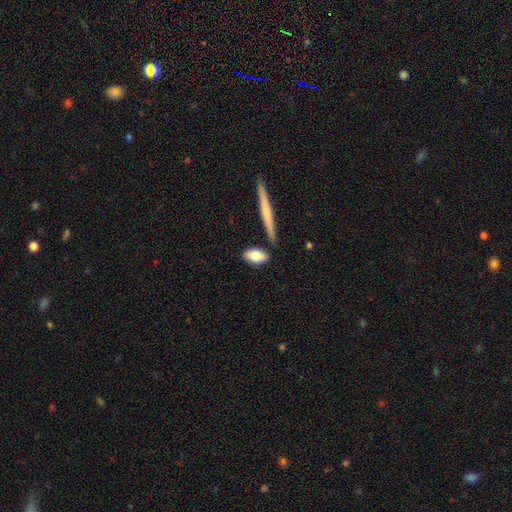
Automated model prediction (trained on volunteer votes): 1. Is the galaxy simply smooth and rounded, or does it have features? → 75% smooth, 19% featured or disk, 6% star or artifact.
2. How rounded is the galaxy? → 79% in between, 16% cigar-shaped, 5% round.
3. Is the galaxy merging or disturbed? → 77% none, 12% minor disturbance, 7% merger, 3% major disturbance.